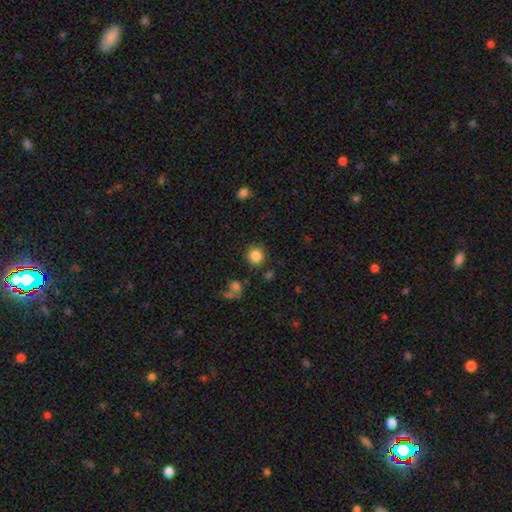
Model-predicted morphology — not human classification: Smooth or featured? Predicted: smooth (p=0.85). How rounded? Predicted: round (p=0.90). Merging? Predicted: none (p=0.84).